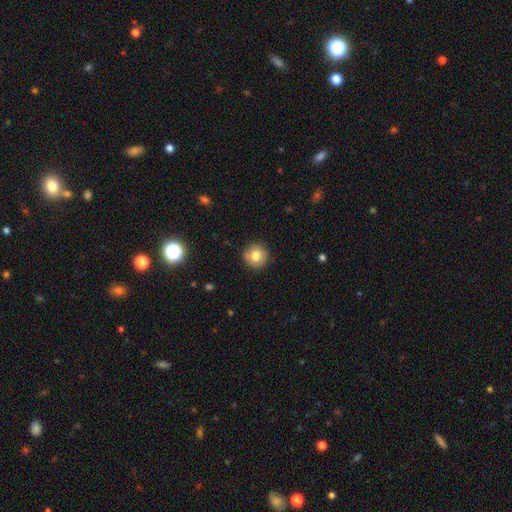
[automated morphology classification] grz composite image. It shows a smooth galaxy with no disk features (78%) that is round (94%). Merging: none (87%).